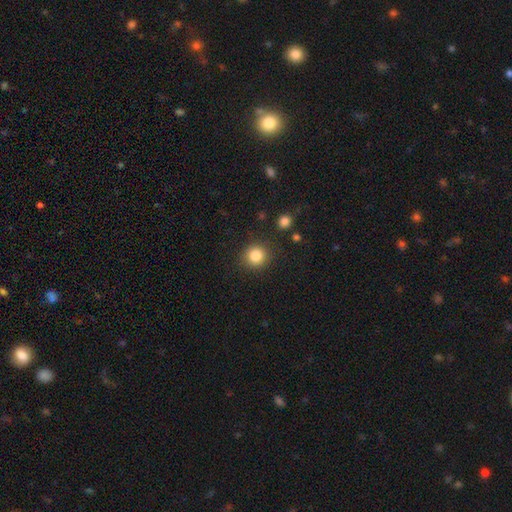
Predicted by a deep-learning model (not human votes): This is clearly a smooth galaxy (84%). How rounded: clearly round (92%). Merging: clearly none (88%).